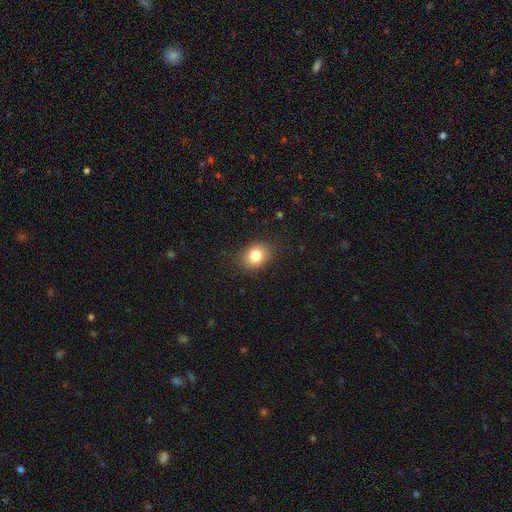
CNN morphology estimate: This is clearly a smooth galaxy (82%). How rounded: possibly round (51%). Merging: clearly none (86%).